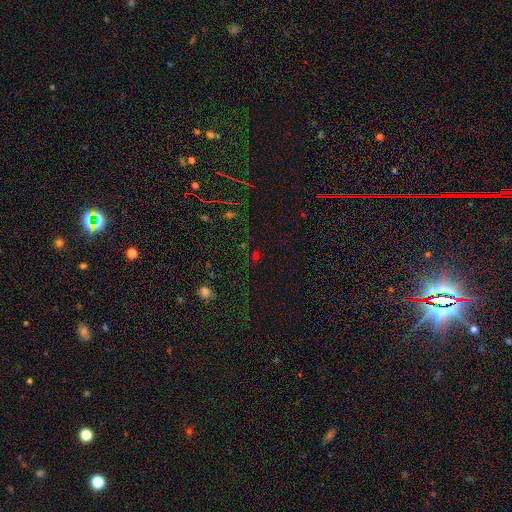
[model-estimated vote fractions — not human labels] Overall: star or artifact (59%; smooth 34%).